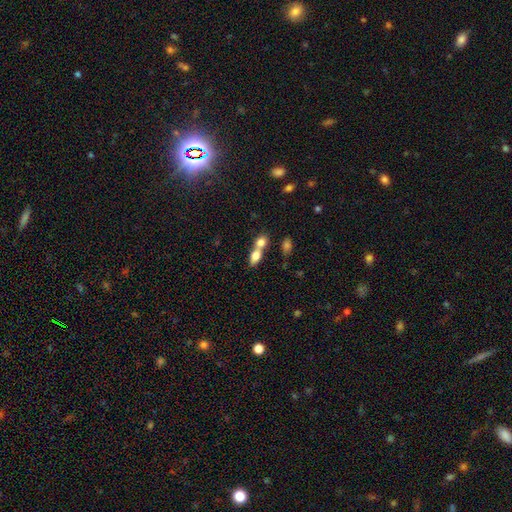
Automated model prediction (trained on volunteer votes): A smooth galaxy with no disk features (75%) that is in between round and cigar-shaped (75%). Merging: merger (64%).